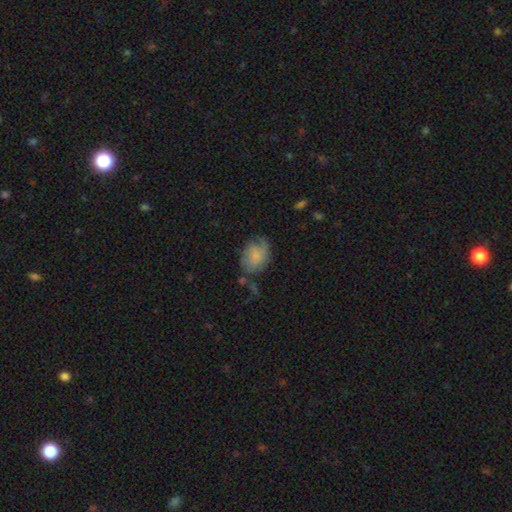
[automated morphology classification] A smooth galaxy with no disk features (63%) that is in between round and cigar-shaped (68%).

Vote fractions:
- Smooth or featured? smooth: 63% / featured or disk: 29% / star or artifact: 8%
- How rounded? in between: 68% / round: 30% / cigar-shaped: 1%
- Merging? none: 47% / minor disturbance: 32% / major disturbance: 16% / merger: 4%